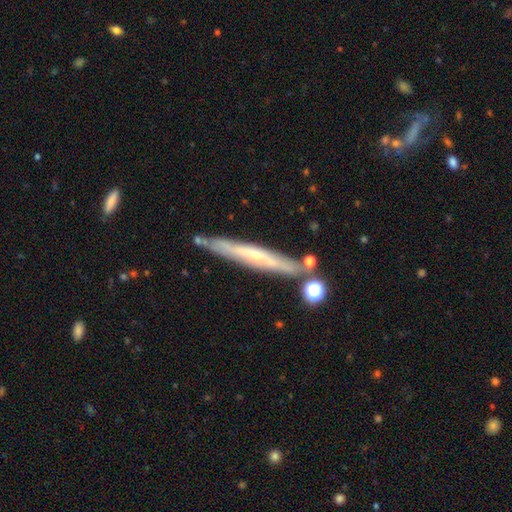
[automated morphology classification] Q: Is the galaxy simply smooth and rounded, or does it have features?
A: featured or disk — 65%.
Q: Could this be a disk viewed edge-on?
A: yes — 89%.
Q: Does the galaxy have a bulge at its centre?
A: none — 49%.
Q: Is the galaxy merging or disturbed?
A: none — 80%.